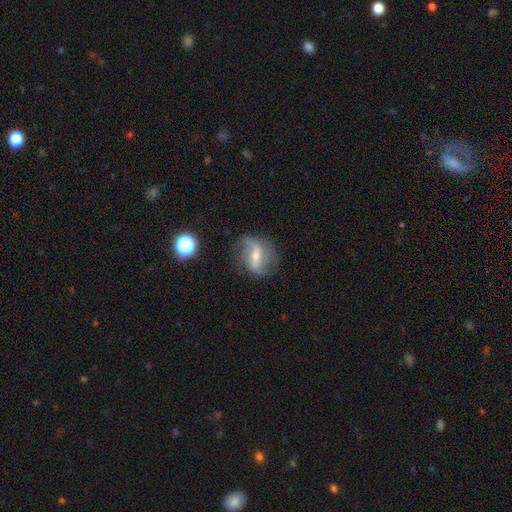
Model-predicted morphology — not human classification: smooth-or-featured: featured or disk: 72% | smooth: 19% | star or artifact: 9%
  disk-edge-on: no: 92% | yes: 8%
    bar: strong: 48% | weak: 36% | no: 16%
    has-spiral-arms: yes: 82% | no: 18%
      spiral-winding: loose: 67% | medium: 24% | tight: 9%
      spiral-arm-count: 2: 80% | can't tell: 9% | 1: 6% | 3: 2% | 4: 1% | more than 4: 1%
    bulge-size: small: 49% | moderate: 44% | none: 3% | large: 3% | dominant: 1%
  merging: none: 66% | minor disturbance: 21% | major disturbance: 11% | merger: 2%